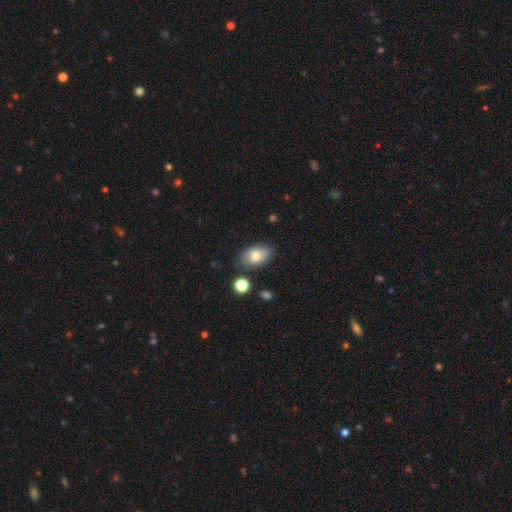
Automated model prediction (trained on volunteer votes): A smooth galaxy with no disk features (77%) that is in between round and cigar-shaped (89%). Merging: none (78%).